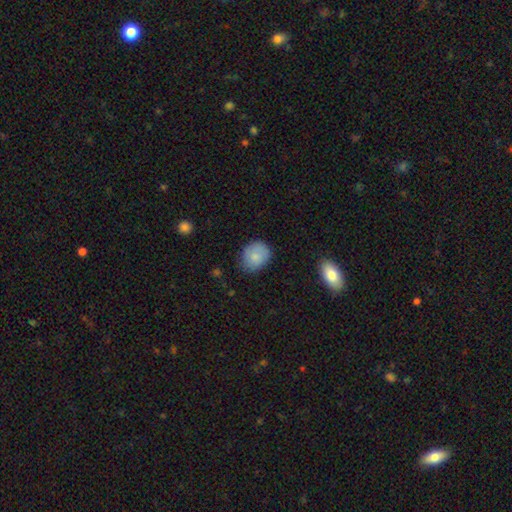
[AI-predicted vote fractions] Smooth or featured: smooth — 83% (featured or disk — 10%)
How rounded: round — 60% (in between — 39%)
Merging: none — 74% (minor disturbance — 20%)